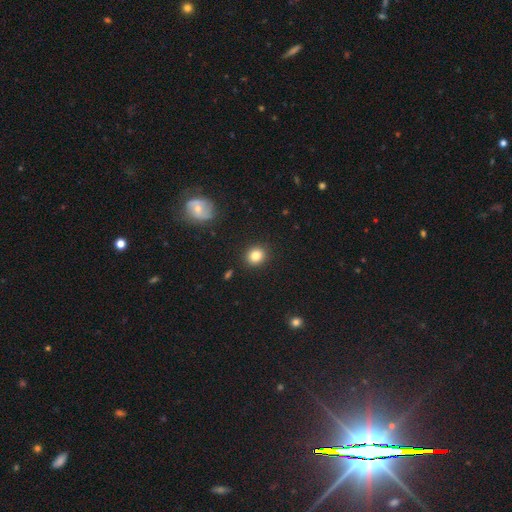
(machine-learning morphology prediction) smooth_or_featured: smooth (p=0.83) [alt: star or artifact p=0.11]
how_rounded: round (p=0.79) [alt: in between p=0.20]
merging: none (p=0.90) [alt: minor disturbance p=0.06]